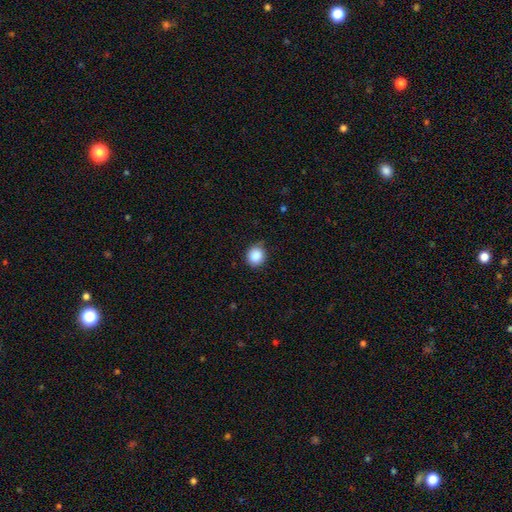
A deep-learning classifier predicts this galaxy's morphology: smooth 88%, star or artifact 9%, featured or disk 3%. Down the decision tree: how rounded — round (81%); merging — none (78%).